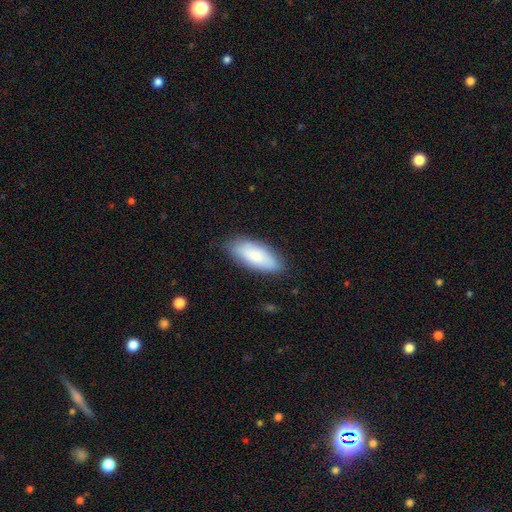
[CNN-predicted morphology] A smooth galaxy with no disk features (79%) that is in between round and cigar-shaped (81%). Merging: none (84%).